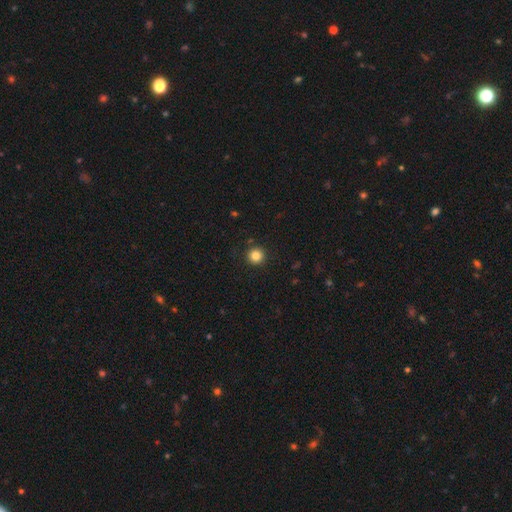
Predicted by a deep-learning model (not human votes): The model was most divided on "smooth or featured": smooth: 83%, star or artifact: 12%, featured or disk: 5%. More confident: how rounded — round (95%); merging — none (91%).